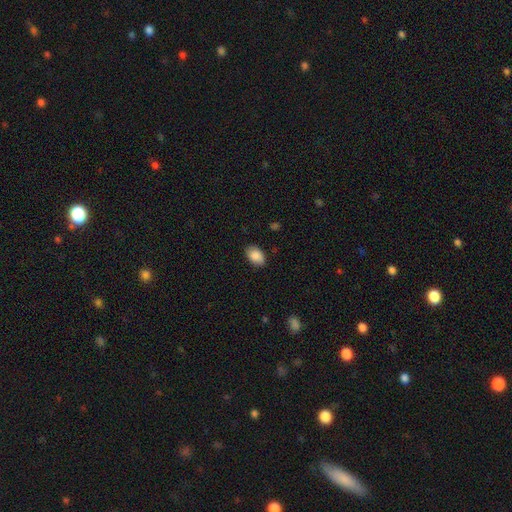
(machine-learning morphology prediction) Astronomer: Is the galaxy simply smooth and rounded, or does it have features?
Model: smooth — 88%.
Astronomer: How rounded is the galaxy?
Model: in between — 89%.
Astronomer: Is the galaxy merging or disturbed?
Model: none — 84%.